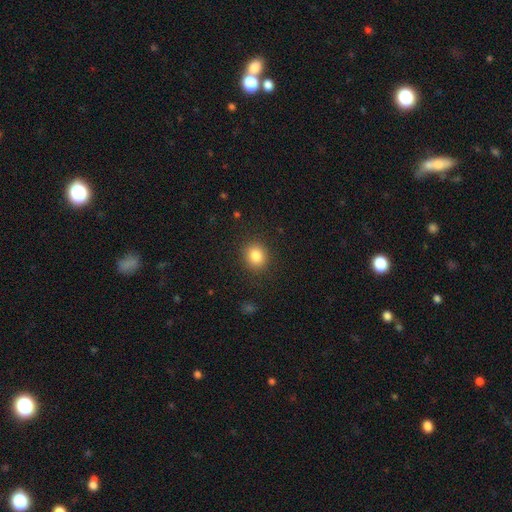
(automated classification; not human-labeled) Smooth or featured?
  - smooth: 85% *
  - star or artifact: 10%
  - featured or disk: 5%
How rounded?
  - round: 75% *
  - in between: 24%
  - cigar-shaped: 1%
Merging?
  - none: 88% *
  - minor disturbance: 8%
  - major disturbance: 3%
  - merger: 1%